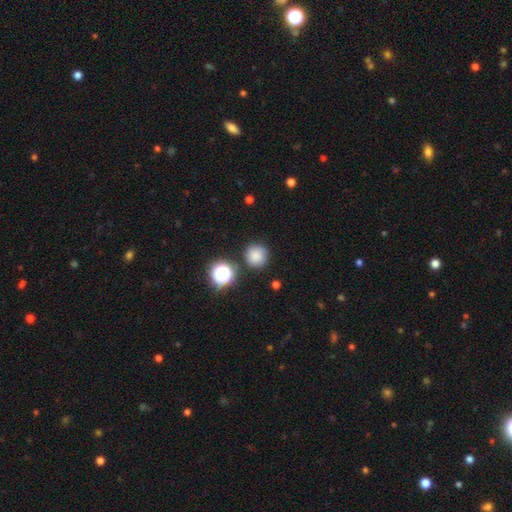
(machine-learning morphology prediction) Smooth or featured? Predicted: smooth (p=0.81). How rounded? Predicted: round (p=0.94). Merging? Predicted: none (p=0.83).